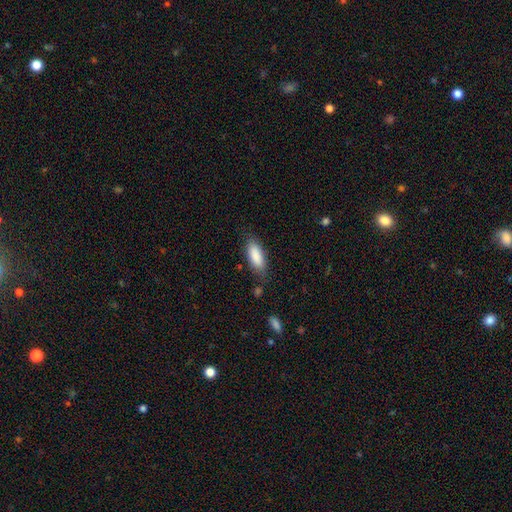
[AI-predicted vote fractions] This appears to be a smooth galaxy with no disk features (87%) that is in between round and cigar-shaped (74%). Merging: none (76%).